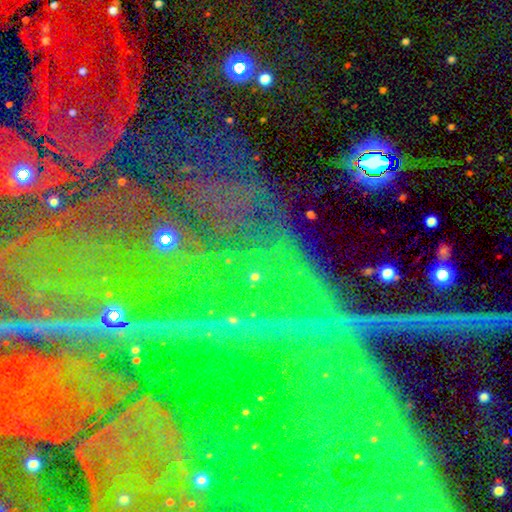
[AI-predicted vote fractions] smooth_or_featured: star or artifact (p=0.85) [alt: featured or disk p=0.09]